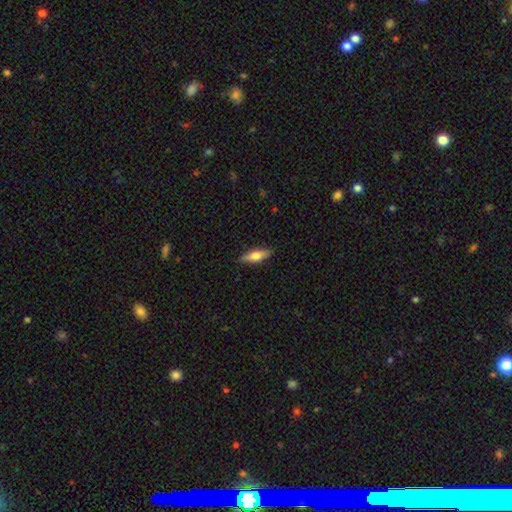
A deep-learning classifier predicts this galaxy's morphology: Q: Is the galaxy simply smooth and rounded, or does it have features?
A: smooth — 58%.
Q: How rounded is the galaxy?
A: in between — 49%.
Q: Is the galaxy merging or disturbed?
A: none — 87%.